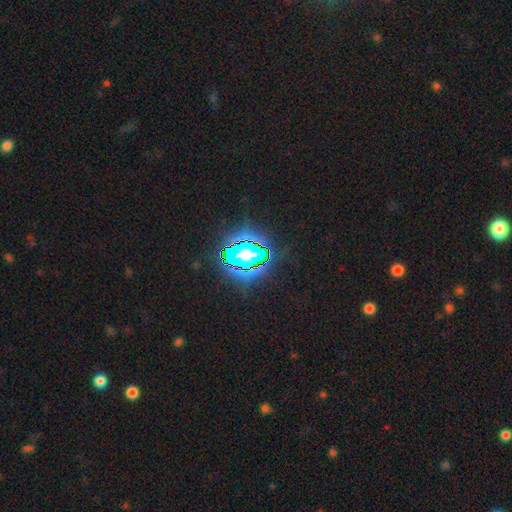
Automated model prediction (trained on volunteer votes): Smooth or featured: star or artifact — 79% (smooth — 12%)